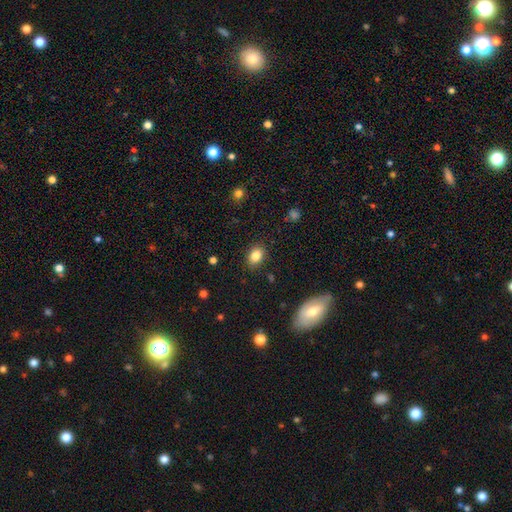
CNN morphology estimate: type=smooth (83%); roundness=in between (67%); merging=none (87%).